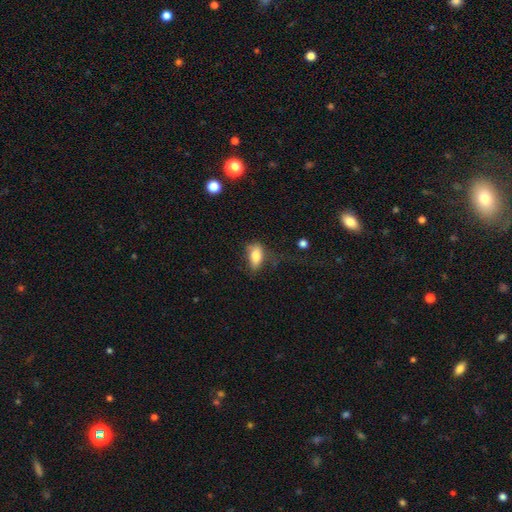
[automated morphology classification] Smooth or featured: smooth — 82% (featured or disk — 10%)
How rounded: in between — 88% (cigar-shaped — 6%)
Merging: none — 44% (minor disturbance — 30%)